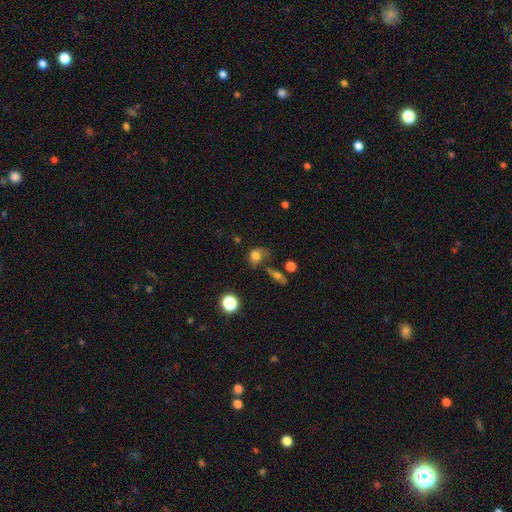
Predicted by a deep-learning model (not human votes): A smooth galaxy with no disk features (69%) that is round (57%).

Vote fractions:
- Smooth or featured? smooth: 69% / featured or disk: 19% / star or artifact: 13%
- How rounded? round: 57% / in between: 41% / cigar-shaped: 2%
- Merging? none: 38% / minor disturbance: 26% / major disturbance: 24% / merger: 13%